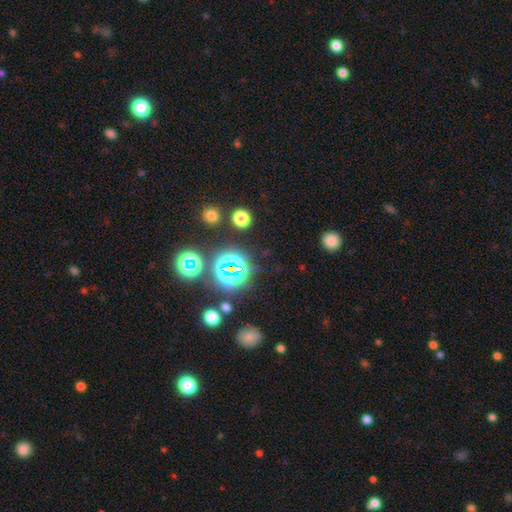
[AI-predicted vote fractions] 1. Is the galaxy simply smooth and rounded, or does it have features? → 78% star or artifact, 15% smooth, 7% featured or disk.